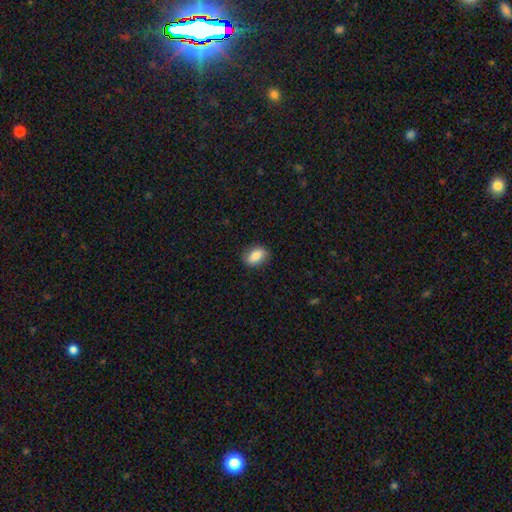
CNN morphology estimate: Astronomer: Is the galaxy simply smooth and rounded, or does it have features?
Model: smooth — 80%.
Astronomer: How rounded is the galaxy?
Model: in between — 82%.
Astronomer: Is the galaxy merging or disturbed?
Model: none — 85%.